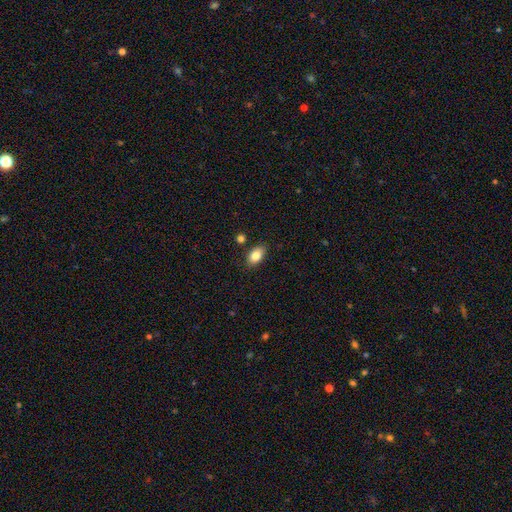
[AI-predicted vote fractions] smooth-or-featured: smooth: 84% | featured or disk: 9% | star or artifact: 8%
  how-rounded: in between: 89% | round: 8% | cigar-shaped: 3%
  merging: none: 83% | minor disturbance: 12% | merger: 3% | major disturbance: 2%